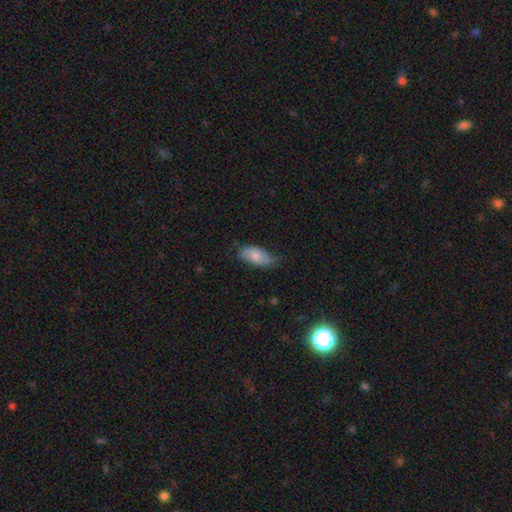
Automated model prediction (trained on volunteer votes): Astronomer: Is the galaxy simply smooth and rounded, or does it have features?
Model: smooth — 72%.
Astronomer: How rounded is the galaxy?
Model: in between — 91%.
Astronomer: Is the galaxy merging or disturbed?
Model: none — 59%.